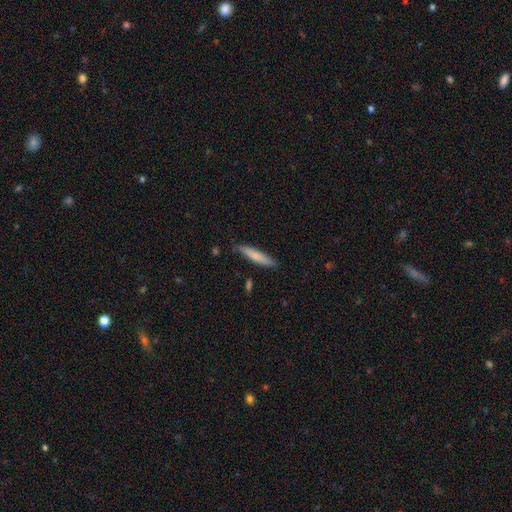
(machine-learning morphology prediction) A smooth galaxy with no disk features (75%) that is cigar-shaped (89%).

Vote fractions:
- Smooth or featured? smooth: 75% / featured or disk: 19% / star or artifact: 6%
- How rounded? cigar-shaped: 89% / in between: 10% / round: 1%
- Merging? none: 82% / minor disturbance: 14% / major disturbance: 2% / merger: 2%